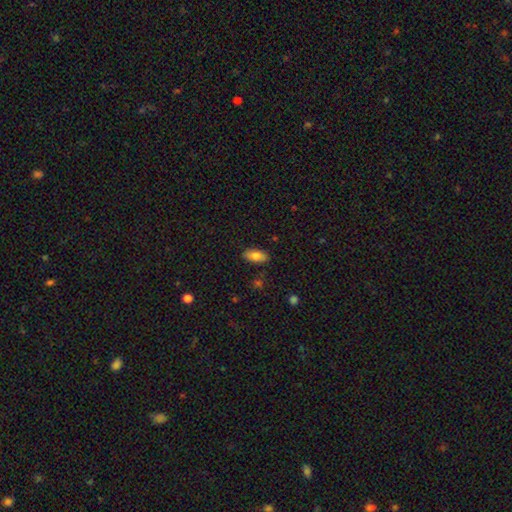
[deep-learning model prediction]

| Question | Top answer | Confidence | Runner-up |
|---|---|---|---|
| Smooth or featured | smooth | 81% | featured or disk (12%) |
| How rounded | in between | 91% | cigar-shaped (7%) |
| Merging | none | 86% | minor disturbance (10%) |